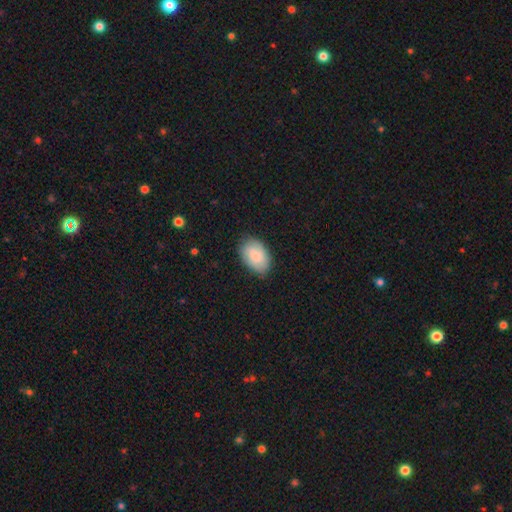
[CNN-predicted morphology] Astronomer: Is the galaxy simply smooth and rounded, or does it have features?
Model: smooth — 84%.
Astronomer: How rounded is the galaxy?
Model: in between — 91%.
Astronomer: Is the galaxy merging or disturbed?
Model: none — 80%.